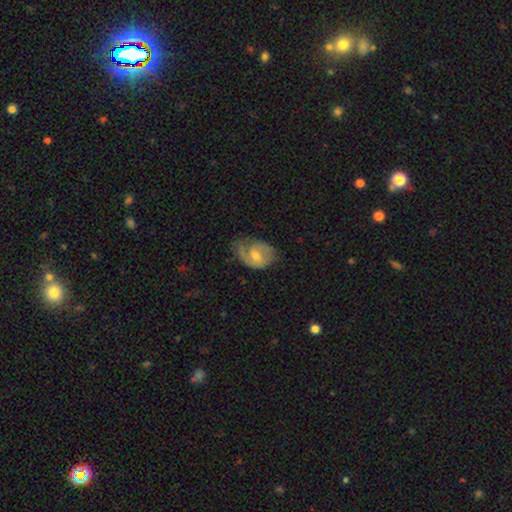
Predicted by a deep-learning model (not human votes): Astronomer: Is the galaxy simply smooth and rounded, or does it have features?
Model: featured or disk — 63%.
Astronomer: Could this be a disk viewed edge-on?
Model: no — 96%.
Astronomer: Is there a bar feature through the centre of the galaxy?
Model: weak — 46% (runner-up: no, 43%).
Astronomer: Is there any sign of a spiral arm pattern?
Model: yes — 83%.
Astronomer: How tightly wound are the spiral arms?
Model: medium — 44% (runner-up: tight, 33%).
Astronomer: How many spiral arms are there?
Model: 2 — 57%.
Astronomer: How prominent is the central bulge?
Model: moderate — 60%.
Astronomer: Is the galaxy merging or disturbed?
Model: none — 50% (runner-up: minor disturbance, 32%).